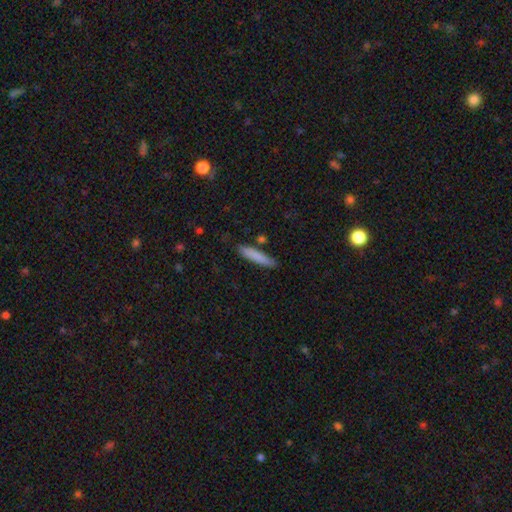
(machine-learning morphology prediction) Smooth or featured?
  - smooth: 81% *
  - featured or disk: 12%
  - star or artifact: 6%
How rounded?
  - cigar-shaped: 90% *
  - in between: 9%
  - round: 1%
Merging?
  - none: 82% *
  - minor disturbance: 12%
  - merger: 4%
  - major disturbance: 2%